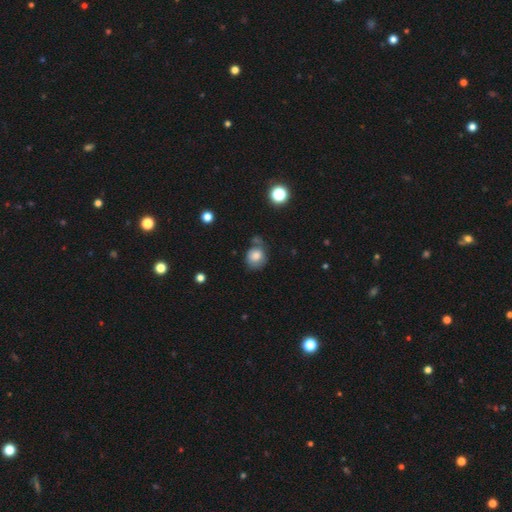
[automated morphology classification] smooth 79%, featured or disk 12%, star or artifact 10%. Down the decision tree: how rounded — round (73%); merging — none (56%).